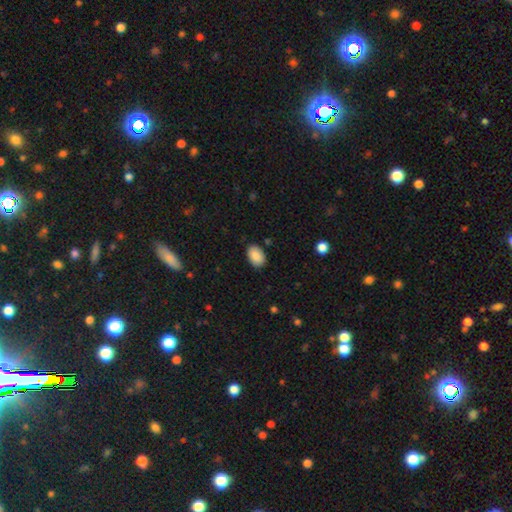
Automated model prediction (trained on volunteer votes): This is clearly a smooth galaxy (89%). How rounded: clearly in between (86%). Merging: clearly none (87%).